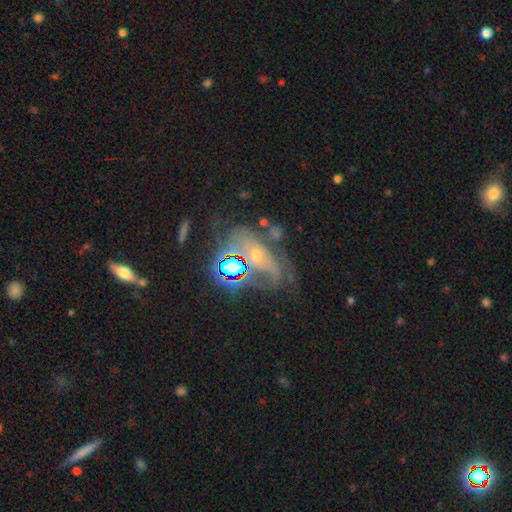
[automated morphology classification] Smooth or featured?
  - featured or disk: 55% *
  - star or artifact: 26%
  - smooth: 20%
Edge-on disk?
  - no: 91% *
  - yes: 9%
Merging?
  - none: 46% *
  - major disturbance: 23%
  - minor disturbance: 22%
  - merger: 9%